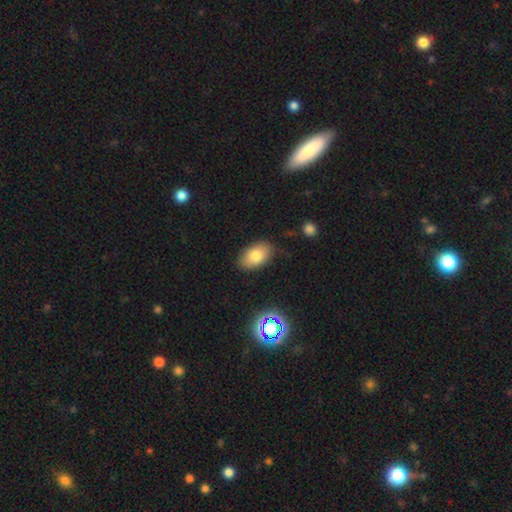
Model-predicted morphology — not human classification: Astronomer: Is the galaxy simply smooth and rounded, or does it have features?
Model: smooth — 80%.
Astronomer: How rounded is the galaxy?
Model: in between — 92%.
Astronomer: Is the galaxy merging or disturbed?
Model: none — 81%.